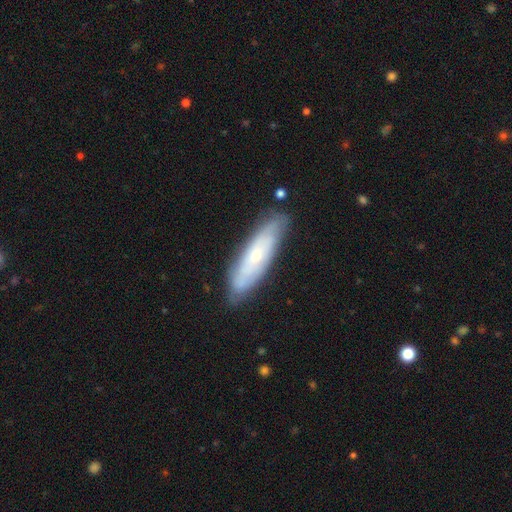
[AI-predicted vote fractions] The model was most divided on "smooth or featured": featured or disk: 60%, smooth: 34%, star or artifact: 6%. More confident: merging — none (79%); edge-on disk — no (68%).